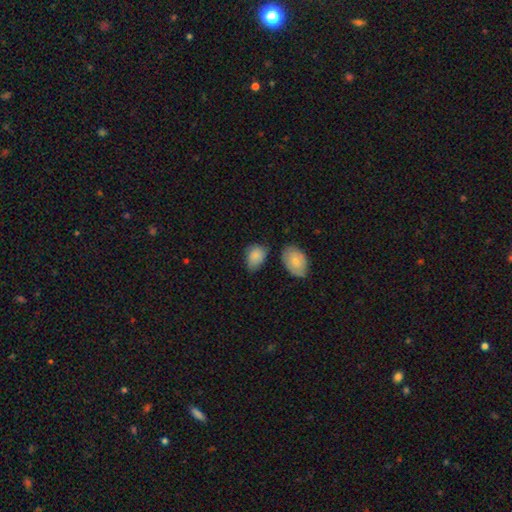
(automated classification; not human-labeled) A smooth galaxy with no disk features (82%) that is in between round and cigar-shaped (75%). Merging: none (52%).